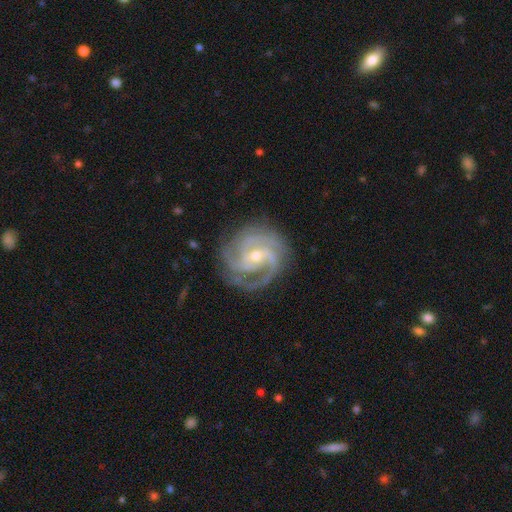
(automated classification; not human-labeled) A featured or disk galaxy (92%) with no bar (42%), 3 (52%) tight (57%) spiral arms (99%) and a small central bulge (59%).

Vote fractions:
- Smooth or featured? featured or disk: 92% / star or artifact: 4% / smooth: 3%
- Edge-on disk? no: 98% / yes: 2%
- Bar? no: 42% / weak: 41% / strong: 17%
- Spiral arms? yes: 99% / no: 1%
- Spiral winding? tight: 57% / medium: 38% / loose: 5%
- Spiral arm count? 3: 52% / 2: 18% / 4: 11% / can't tell: 9% / 1: 5% / more than 4: 5%
- Bulge size? small: 59% / moderate: 38% / large: 1% / none: 1% / dominant: 1%
- Merging? none: 78% / minor disturbance: 15% / major disturbance: 6% / merger: 1%